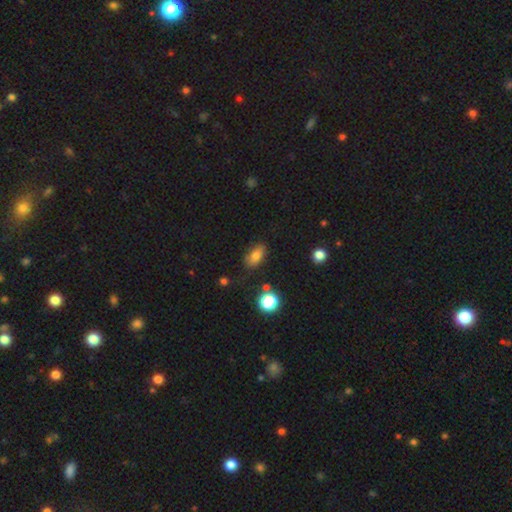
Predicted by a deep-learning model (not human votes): A smooth galaxy with no disk features (75%) that is in between round and cigar-shaped (85%). Merging: none (77%).